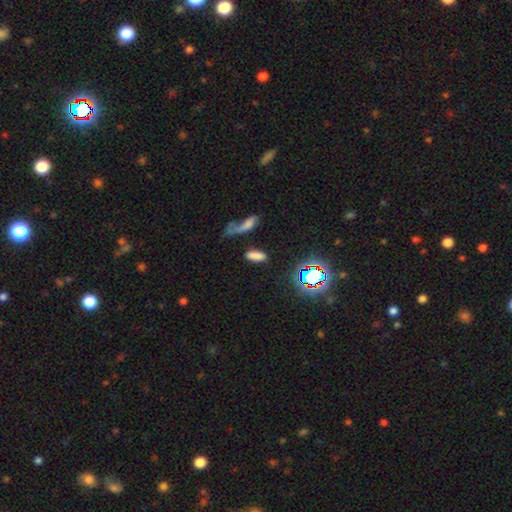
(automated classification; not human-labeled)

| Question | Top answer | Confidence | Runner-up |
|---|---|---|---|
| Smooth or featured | smooth | 73% | star or artifact (18%) |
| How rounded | in between | 70% | cigar-shaped (25%) |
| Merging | none | 69% | minor disturbance (13%) |